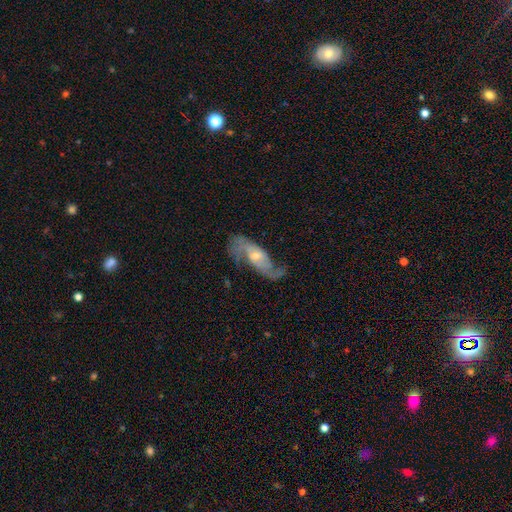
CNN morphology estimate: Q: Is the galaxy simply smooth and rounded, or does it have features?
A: featured or disk — 82%.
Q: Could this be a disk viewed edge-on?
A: no — 92%.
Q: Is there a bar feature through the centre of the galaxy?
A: no — 52%.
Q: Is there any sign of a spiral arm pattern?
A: yes — 93%.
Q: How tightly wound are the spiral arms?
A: loose — 47%.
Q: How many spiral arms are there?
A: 2 — 84%.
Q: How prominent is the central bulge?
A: small — 51%.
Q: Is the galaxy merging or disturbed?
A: none — 63%.